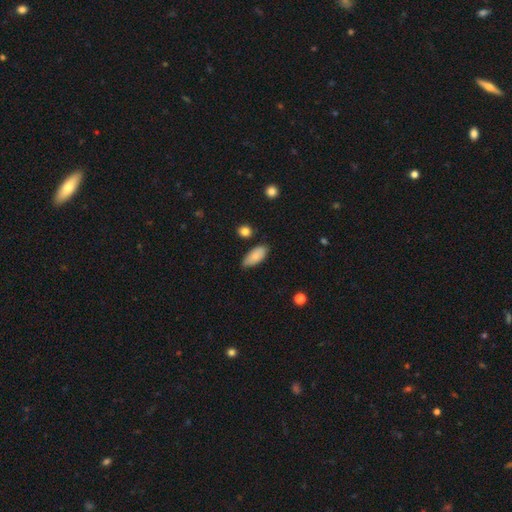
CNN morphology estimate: Smooth or featured? smooth (82%)
How rounded? in between (89%)
Merging? none (72%)